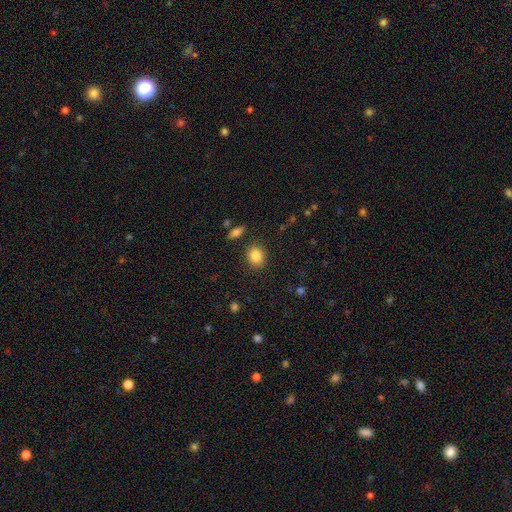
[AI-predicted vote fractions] A smooth galaxy with no disk features (85%) that is round (65%). Merging: none (87%).